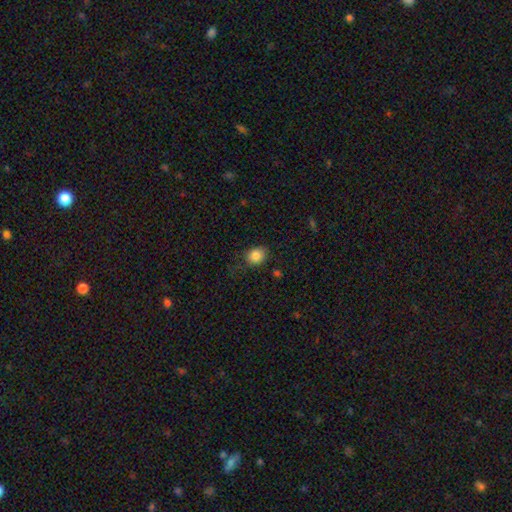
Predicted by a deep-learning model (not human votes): The model was most divided on "how rounded": round: 58%, in between: 41%, cigar-shaped: 1%. More confident: smooth or featured — smooth (85%); merging — none (75%).